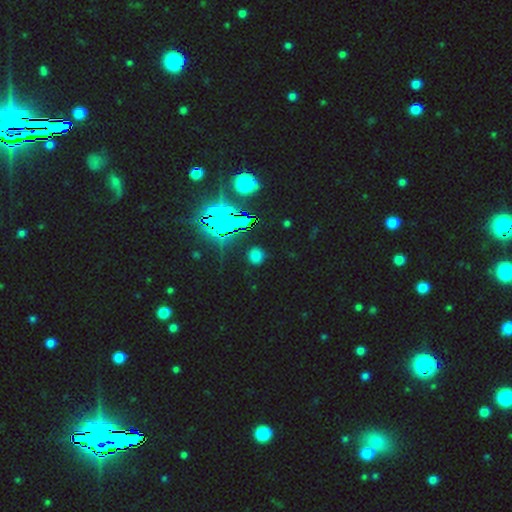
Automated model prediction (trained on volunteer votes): Overall: smooth (51%; star or artifact 40%). How rounded: round (88%). Merging: none (86%).